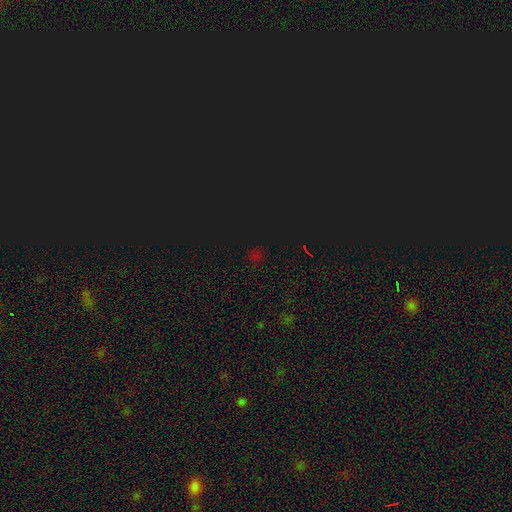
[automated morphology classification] This appears to be a star or artifact, not a galaxy (74%).